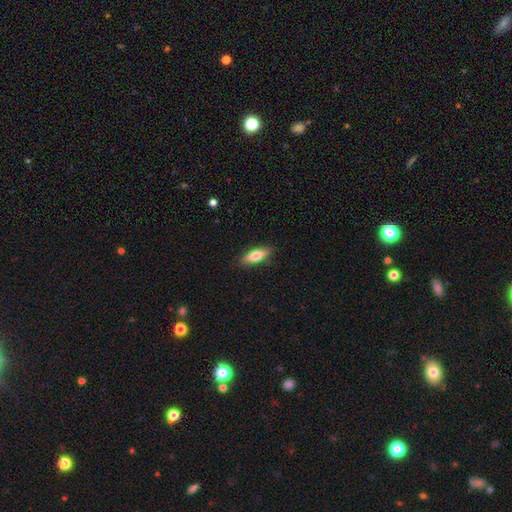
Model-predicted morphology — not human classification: smooth_or_featured: smooth (p=0.69) [alt: featured or disk p=0.25]
how_rounded: in between (p=0.53) [alt: cigar-shaped p=0.45]
merging: none (p=0.87) [alt: minor disturbance p=0.10]